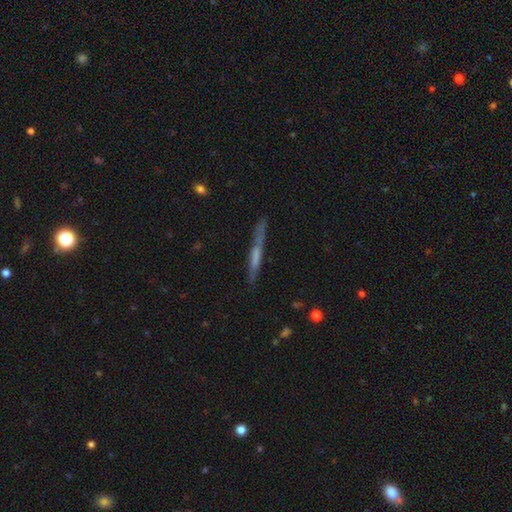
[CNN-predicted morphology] featured or disk 52%, smooth 40%, star or artifact 8%. Down the decision tree: edge-on disk — yes (92%); merging — none (80%).